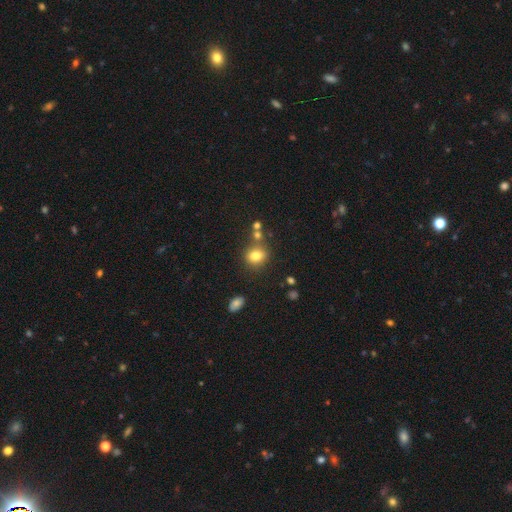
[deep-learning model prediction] This appears to be a smooth galaxy with no disk features (79%) that is round (63%). Merging: none (70%).